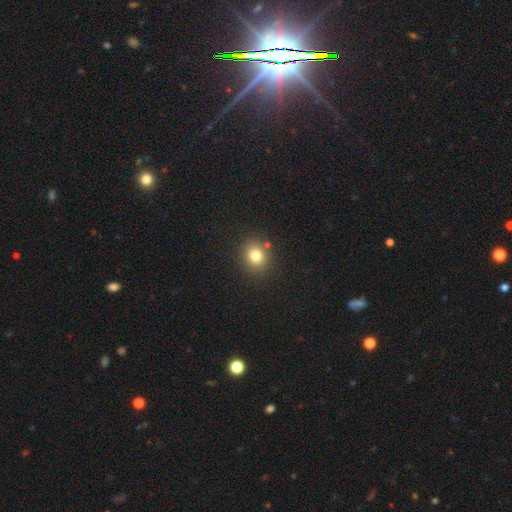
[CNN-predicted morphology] This appears to be a smooth galaxy with no disk features (80%) that is round (77%). Merging: none (85%).